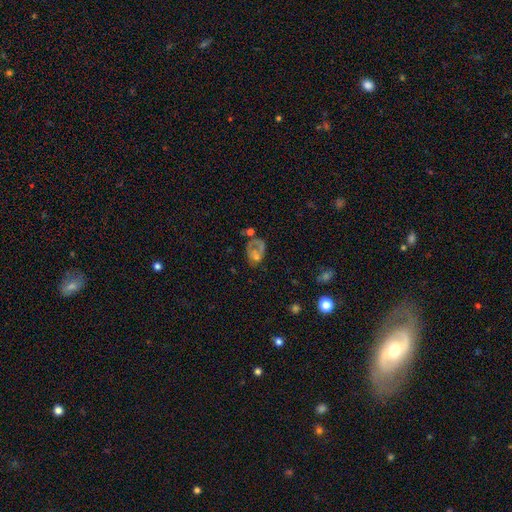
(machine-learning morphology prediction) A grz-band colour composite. It shows a featured or disk galaxy (46%). Merging: major disturbance (35%).